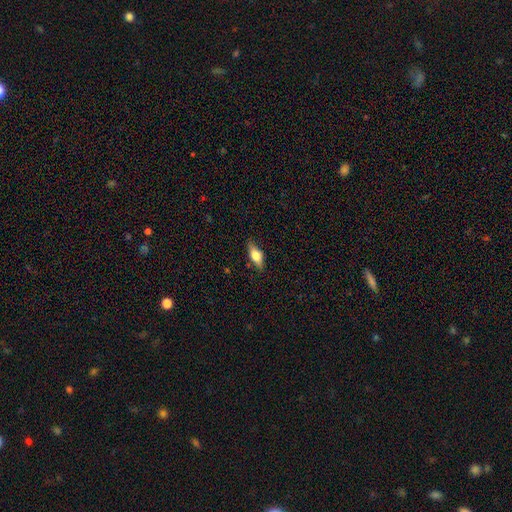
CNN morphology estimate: Smooth or featured?
  - smooth: 57% *
  - featured or disk: 36%
  - star or artifact: 7%
How rounded?
  - in between: 68% *
  - cigar-shaped: 28%
  - round: 4%
Merging?
  - none: 82% *
  - minor disturbance: 14%
  - major disturbance: 3%
  - merger: 1%